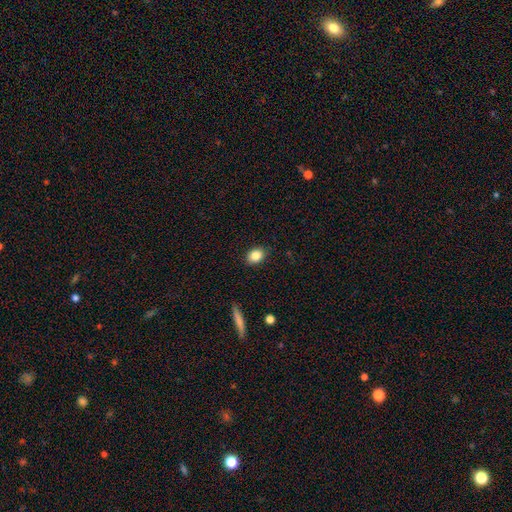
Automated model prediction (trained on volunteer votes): A smooth galaxy with no disk features (85%) that is in between round and cigar-shaped (69%). Merging: none (86%).